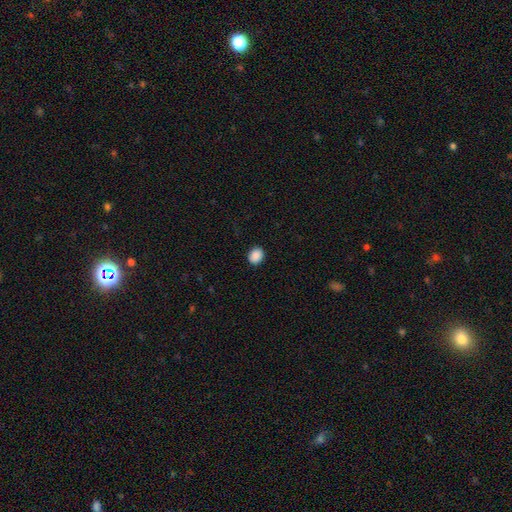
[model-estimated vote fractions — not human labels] Smooth or featured? smooth (89%)
How rounded? round (57%)
Merging? none (90%)